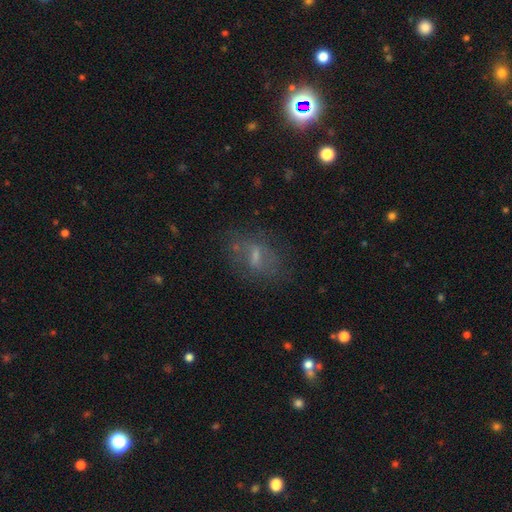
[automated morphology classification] The model was most divided on "smooth or featured": featured or disk: 41%, smooth: 36%, star or artifact: 23%. More confident: merging — none (64%).